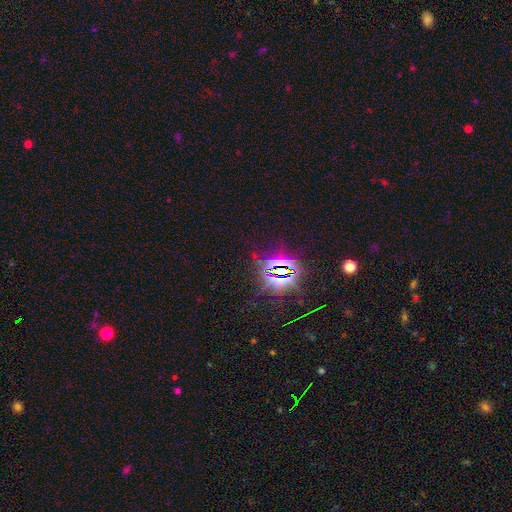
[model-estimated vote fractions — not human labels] Q: Smooth or featured?
A: star or artifact (82%); runner-up: smooth (10%)